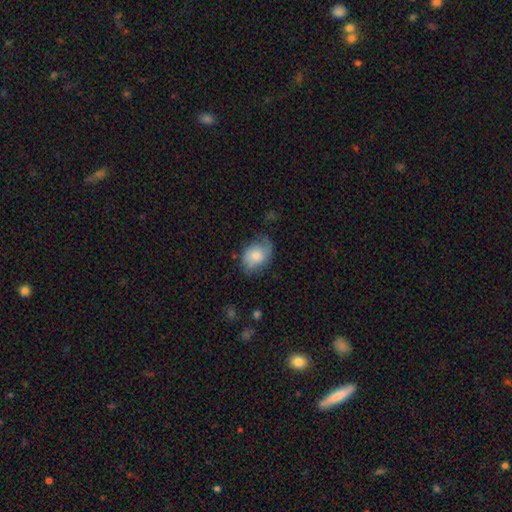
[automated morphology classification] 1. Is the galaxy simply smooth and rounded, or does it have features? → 67% smooth, 25% featured or disk, 7% star or artifact.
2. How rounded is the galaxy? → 66% in between, 33% round, 1% cigar-shaped.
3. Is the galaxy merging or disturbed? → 54% none, 31% minor disturbance, 13% major disturbance, 2% merger.